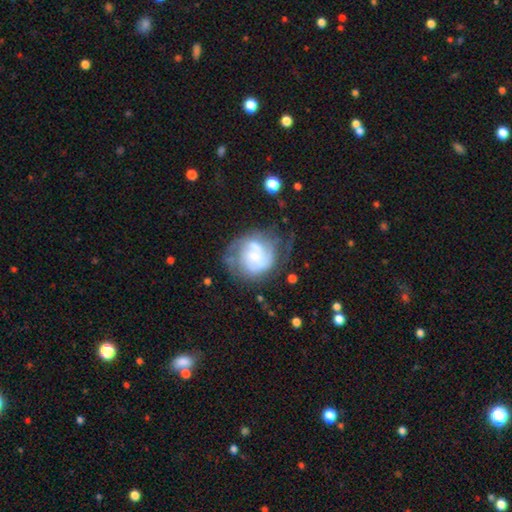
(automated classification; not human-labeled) Q: Smooth or featured?
A: featured or disk (71%); runner-up: smooth (22%)
Q: Edge-on disk?
A: no (98%); runner-up: yes (2%)
Q: Bar?
A: no (60%); runner-up: weak (31%)
Q: Spiral arms?
A: yes (86%); runner-up: no (14%)
Q: Spiral winding?
A: tight (45%); runner-up: medium (38%)
Q: Spiral arm count?
A: 2 (38%); runner-up: can't tell (30%)
Q: Bulge size?
A: none (32%); runner-up: small (30%)
Q: Merging?
A: none (47%); runner-up: major disturbance (26%)